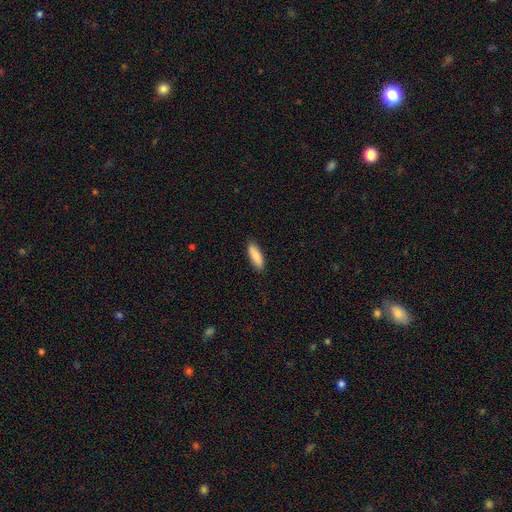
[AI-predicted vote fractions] smooth-or-featured: smooth: 88% | featured or disk: 7% | star or artifact: 5%
  how-rounded: in between: 53% | cigar-shaped: 46% | round: 2%
  merging: none: 89% | minor disturbance: 8% | major disturbance: 2% | merger: 1%